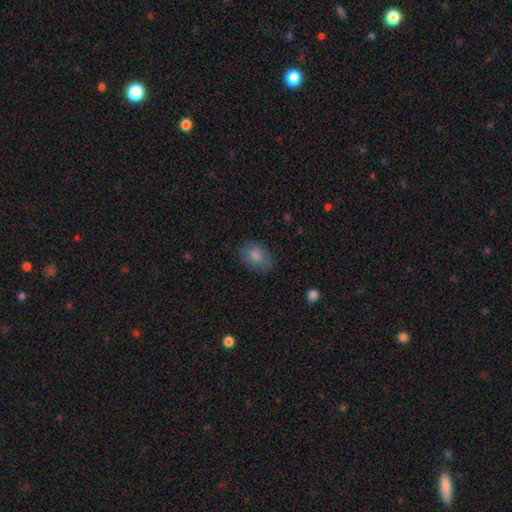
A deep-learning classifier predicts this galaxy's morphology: The model was most divided on "merging": none: 79%, minor disturbance: 16%, major disturbance: 4%, merger: 1%. More confident: smooth or featured — smooth (83%); how rounded — in between (81%).